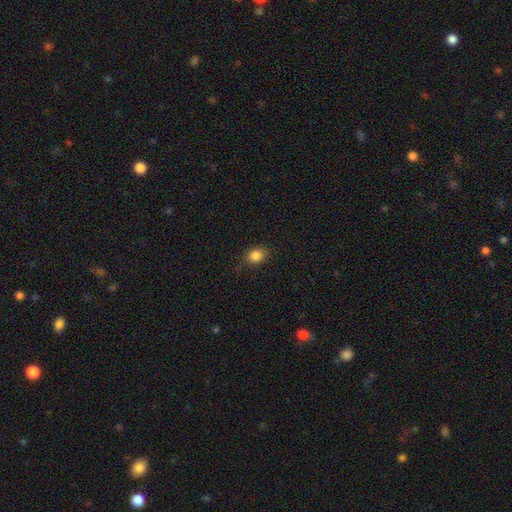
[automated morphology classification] Q: Smooth or featured?
A: smooth (84%); runner-up: star or artifact (11%)
Q: How rounded?
A: round (57%); runner-up: in between (42%)
Q: Merging?
A: none (81%); runner-up: minor disturbance (15%)